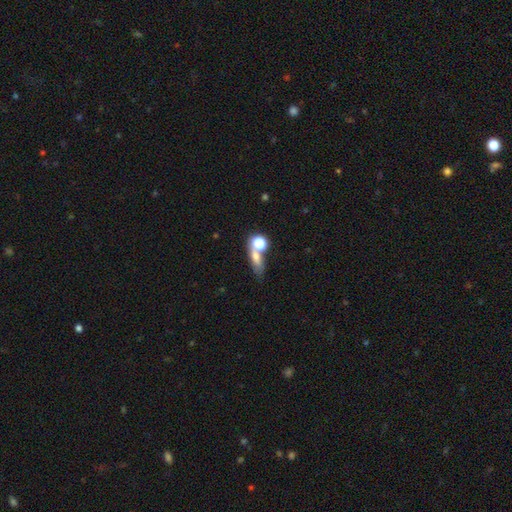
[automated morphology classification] This appears to be a smooth galaxy with no disk features (63%) that is in between round and cigar-shaped (46%). Merging: none (42%).